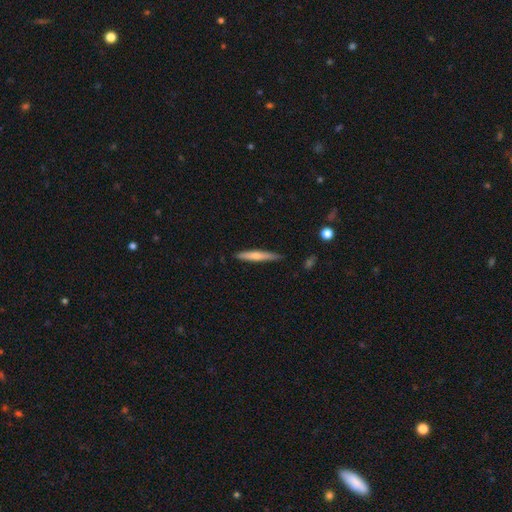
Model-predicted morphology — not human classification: A smooth galaxy with no disk features (59%) that is cigar-shaped (93%). Merging: none (85%).